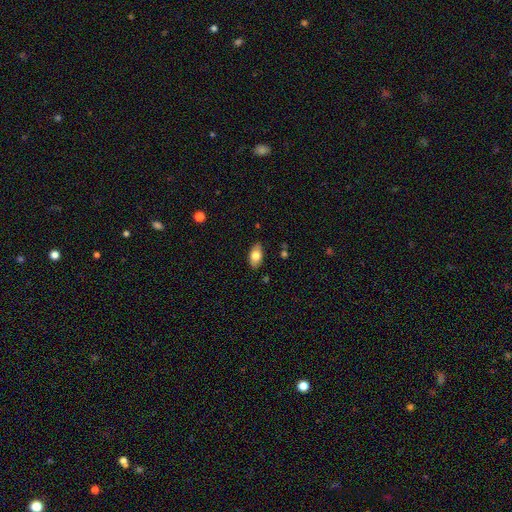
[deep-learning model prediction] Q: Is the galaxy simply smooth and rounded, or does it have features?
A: smooth — 76%.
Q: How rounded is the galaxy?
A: in between — 92%.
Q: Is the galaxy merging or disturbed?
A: none — 86%.